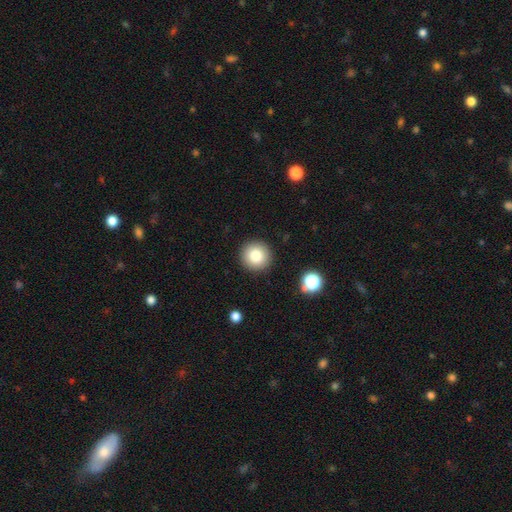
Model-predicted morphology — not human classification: smooth_or_featured: smooth (p=0.81) [alt: star or artifact p=0.11]
how_rounded: round (p=0.96) [alt: in between p=0.03]
merging: none (p=0.91) [alt: minor disturbance p=0.05]